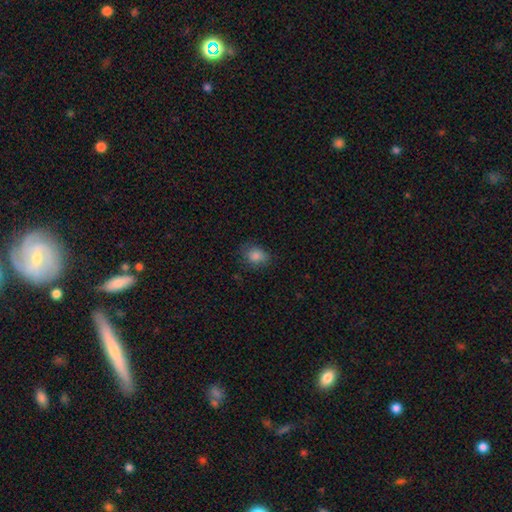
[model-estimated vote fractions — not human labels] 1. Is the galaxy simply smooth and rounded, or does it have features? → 84% smooth, 11% star or artifact, 5% featured or disk.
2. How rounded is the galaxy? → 52% in between, 47% round, 1% cigar-shaped.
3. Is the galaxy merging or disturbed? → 75% none, 19% minor disturbance, 5% major disturbance, 1% merger.